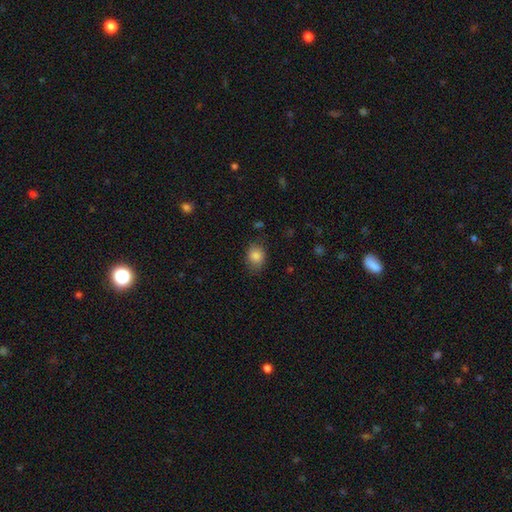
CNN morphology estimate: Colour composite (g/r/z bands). It shows a smooth galaxy with no disk features (85%) that is in between round and cigar-shaped (52%). Merging: none (74%).